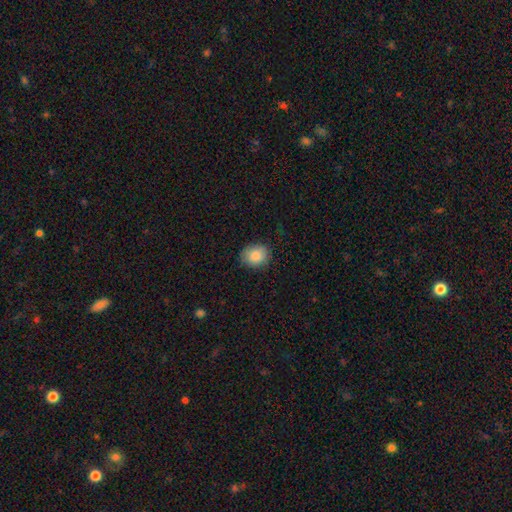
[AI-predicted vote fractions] A smooth galaxy with no disk features (85%) that is round (59%). Merging: none (82%).